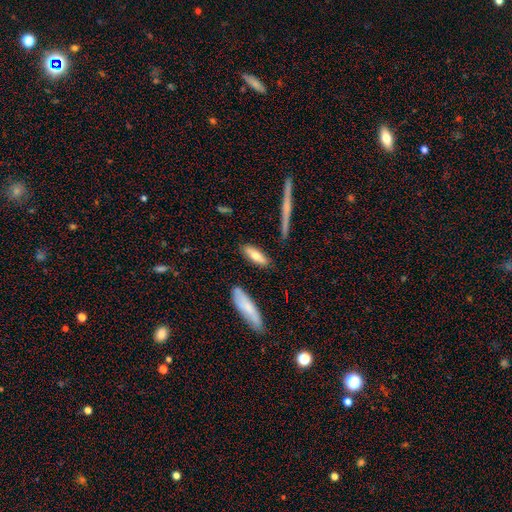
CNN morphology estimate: Smooth or featured?
  - smooth: 66% *
  - featured or disk: 28%
  - star or artifact: 7%
How rounded?
  - in between: 54% *
  - cigar-shaped: 44%
  - round: 2%
Merging?
  - none: 82% *
  - minor disturbance: 11%
  - merger: 4%
  - major disturbance: 3%